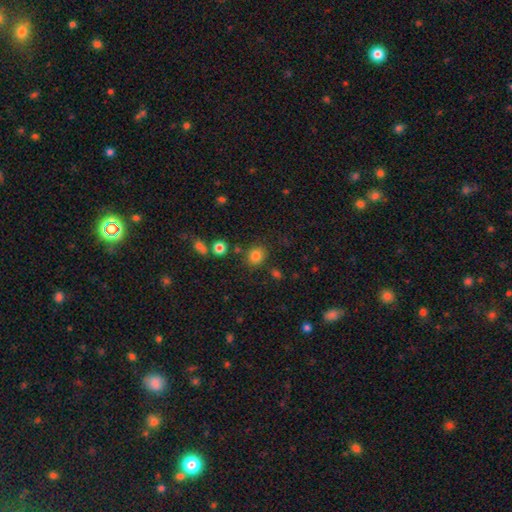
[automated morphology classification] A smooth galaxy with no disk features (81%) that is round (78%). Merging: none (82%).